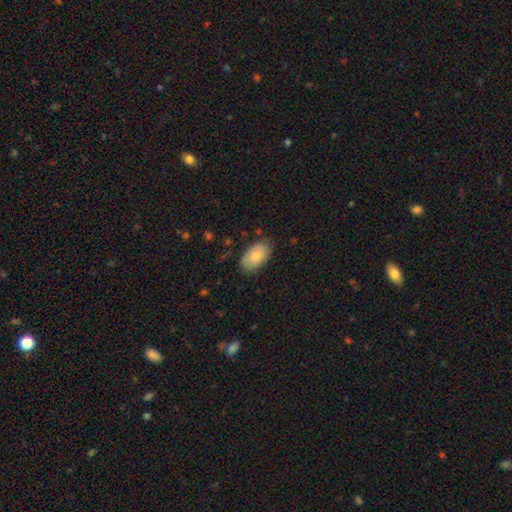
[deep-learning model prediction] This appears to be a smooth galaxy with no disk features (83%) that is in between round and cigar-shaped (94%). Merging: none (79%).